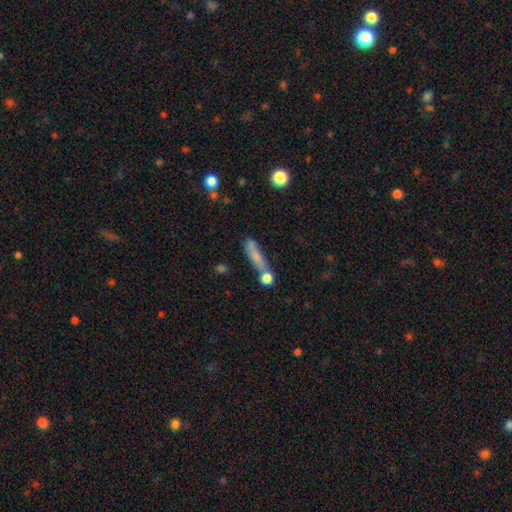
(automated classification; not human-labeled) Smooth or featured? smooth (65%)
How rounded? cigar-shaped (75%)
Merging? none (54%)